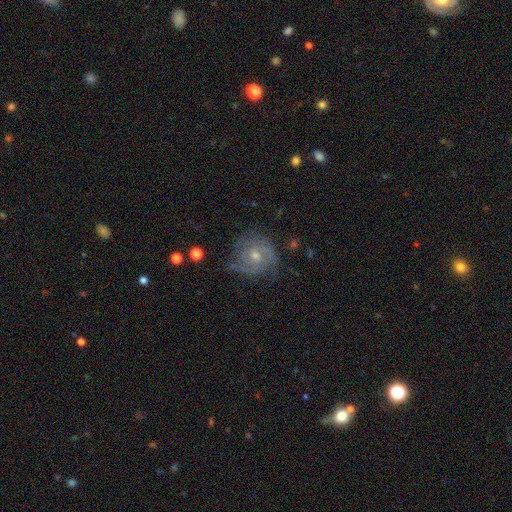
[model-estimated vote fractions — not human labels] This is likely a featured or disk galaxy (79%). It is clearly not viewed edge-on (98%). Bar: likely no (68%). Spiral arm pattern: clearly yes (94%). Spiral arm count: marginally 2 (37%). Spiral winding: possibly tight (56%). Central bulge: possibly moderate (54%). Merging: likely none (68%).